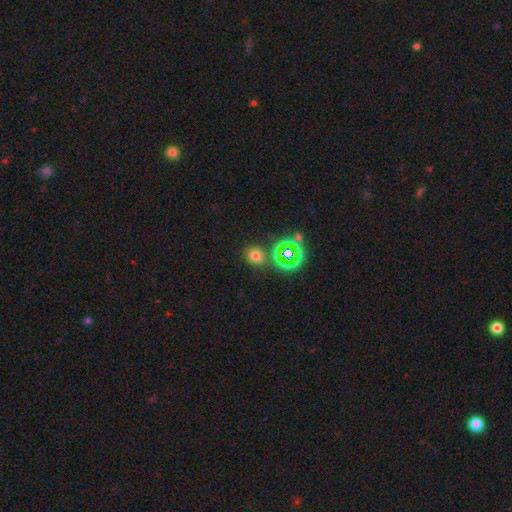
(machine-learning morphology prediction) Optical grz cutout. It shows a smooth galaxy with no disk features (65%) that is round (75%). Merging: none (79%).